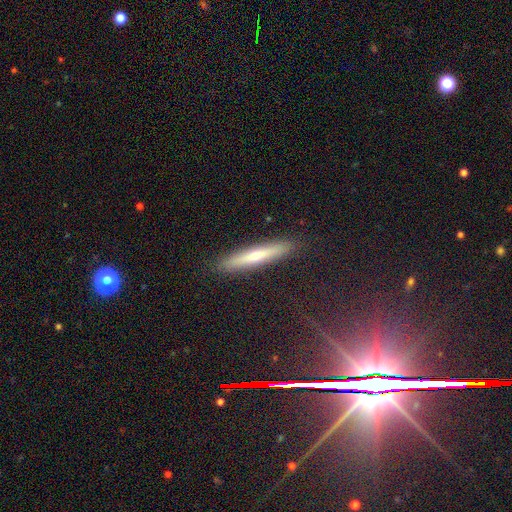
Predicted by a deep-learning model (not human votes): A featured or disk galaxy (46%, tied with smooth).

Vote fractions:
- Smooth or featured? featured or disk: 46% (tied) / smooth: 46% (tied) / star or artifact: 7%
- Merging? none: 91% / minor disturbance: 6% / major disturbance: 2% / merger: 1%